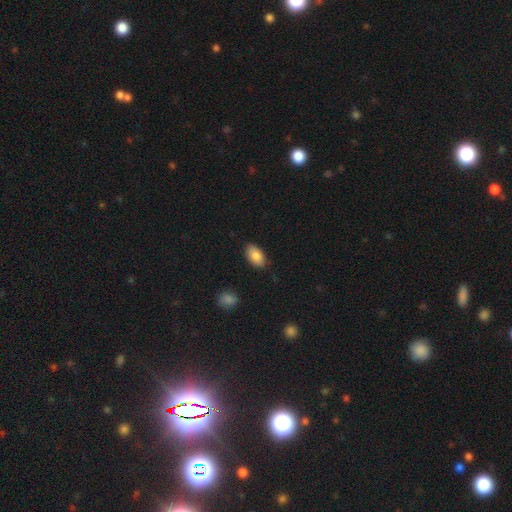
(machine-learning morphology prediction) Smooth or featured?
  - smooth: 86% *
  - featured or disk: 7%
  - star or artifact: 7%
How rounded?
  - in between: 94% *
  - round: 4%
  - cigar-shaped: 2%
Merging?
  - none: 83% *
  - minor disturbance: 13%
  - major disturbance: 2%
  - merger: 1%